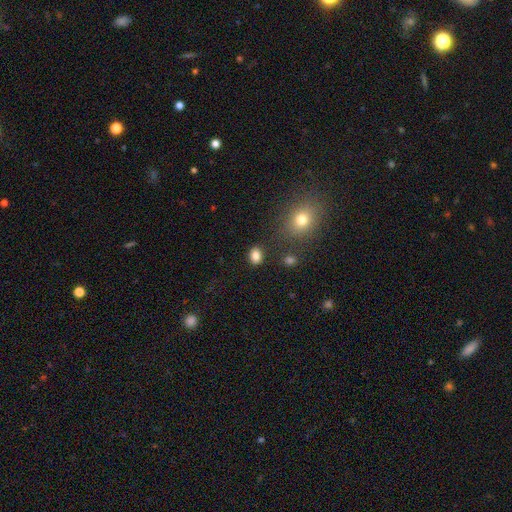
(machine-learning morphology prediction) Smooth or featured?
  - smooth: 84% *
  - star or artifact: 11%
  - featured or disk: 5%
How rounded?
  - in between: 59% *
  - round: 40%
  - cigar-shaped: 1%
Merging?
  - none: 84% *
  - minor disturbance: 9%
  - merger: 3%
  - major disturbance: 3%